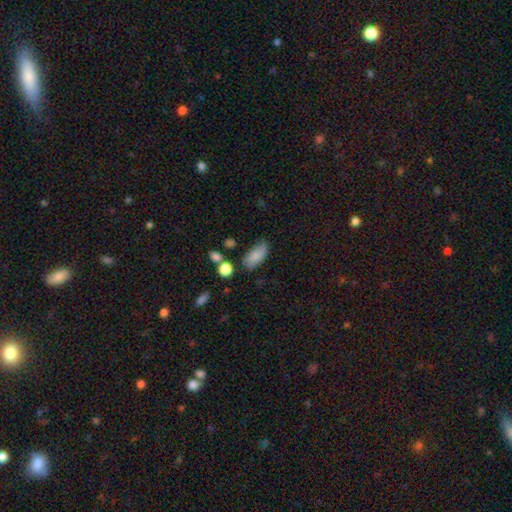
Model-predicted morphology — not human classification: This is likely a smooth galaxy (79%). How rounded: clearly in between (89%). Merging: likely none (65%).